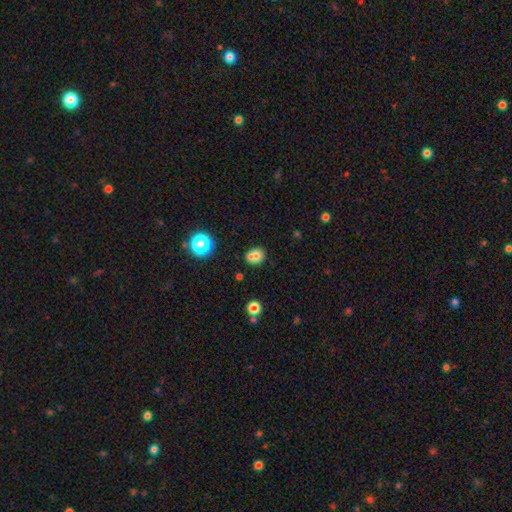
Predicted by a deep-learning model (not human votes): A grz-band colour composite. It shows a smooth galaxy with no disk features (73%) that is round (70%). Merging: none (52%).